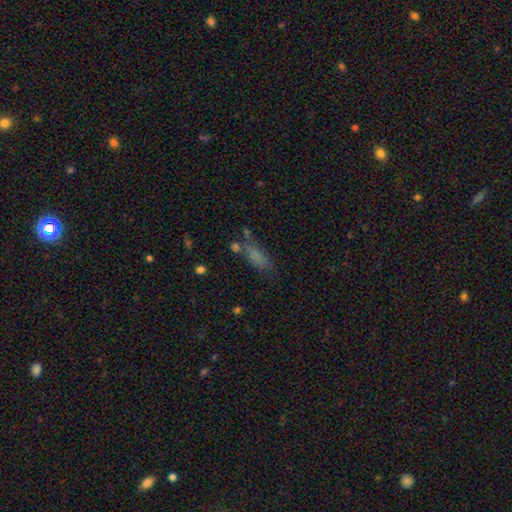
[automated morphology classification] smooth-or-featured: smooth: 72% | star or artifact: 14% | featured or disk: 13%
  how-rounded: in between: 63% | cigar-shaped: 34% | round: 4%
  merging: none: 57% | minor disturbance: 20% | merger: 15% | major disturbance: 9%